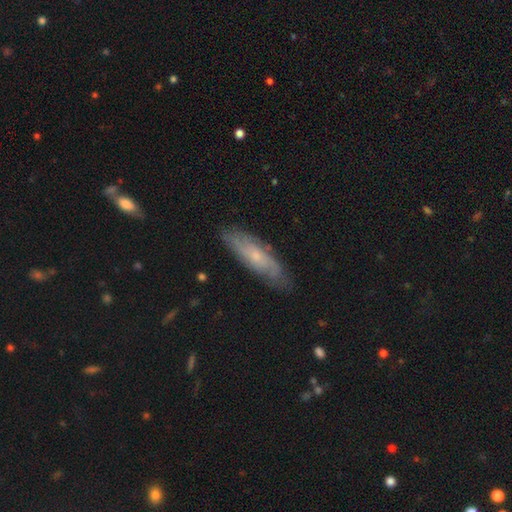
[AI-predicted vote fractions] A featured or disk galaxy (56%).

Vote fractions:
- Smooth or featured? featured or disk: 56% / smooth: 38% / star or artifact: 7%
- Edge-on disk? no: 69% / yes: 31%
- Merging? none: 79% / minor disturbance: 17% / major disturbance: 3% / merger: 1%